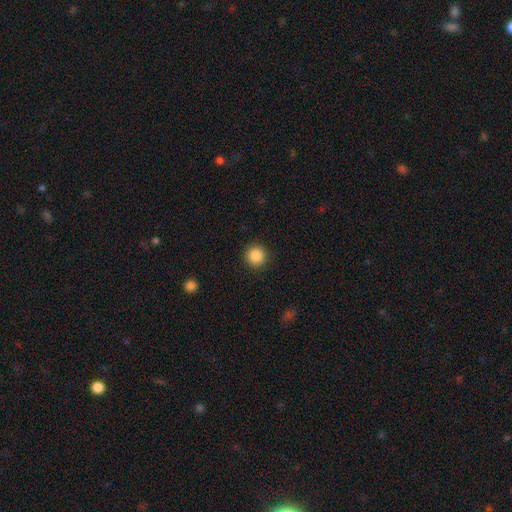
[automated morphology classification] Smooth or featured: smooth — 87% (star or artifact — 10%)
How rounded: round — 95% (in between — 4%)
Merging: none — 92% (minor disturbance — 5%)